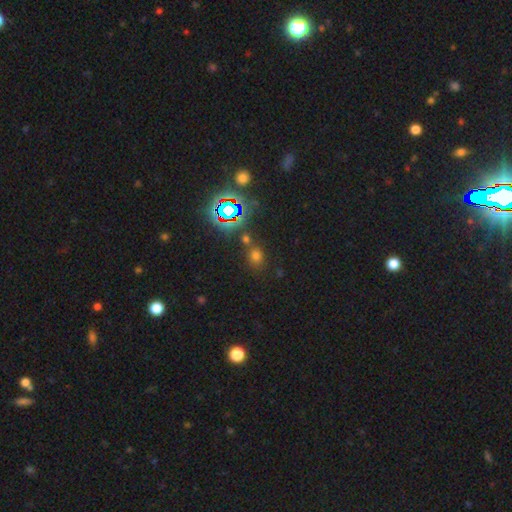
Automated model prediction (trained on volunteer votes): This appears to be a smooth galaxy with no disk features (53%) that is round (68%). Merging: none (73%).